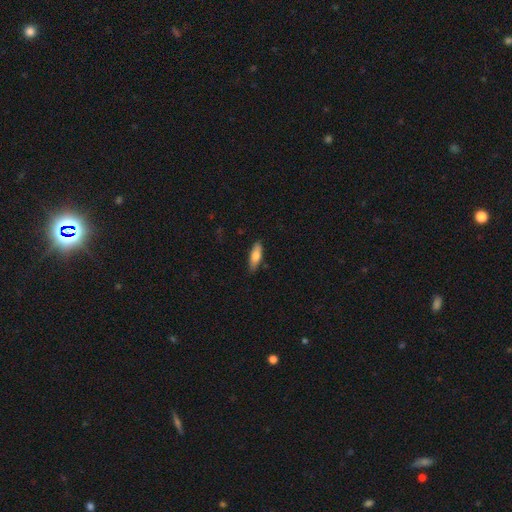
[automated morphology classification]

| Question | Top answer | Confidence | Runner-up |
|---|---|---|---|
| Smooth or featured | smooth | 78% | featured or disk (16%) |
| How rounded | in between | 58% | cigar-shaped (40%) |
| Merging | none | 84% | minor disturbance (13%) |